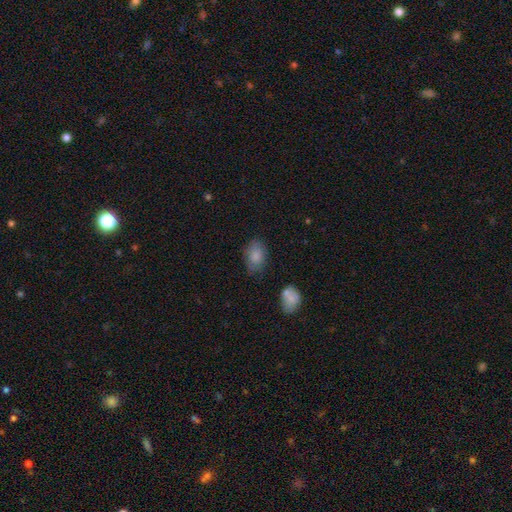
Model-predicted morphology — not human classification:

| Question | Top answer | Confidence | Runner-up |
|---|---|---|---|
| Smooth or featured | smooth | 84% | featured or disk (8%) |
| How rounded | in between | 86% | round (12%) |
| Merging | none | 72% | minor disturbance (20%) |